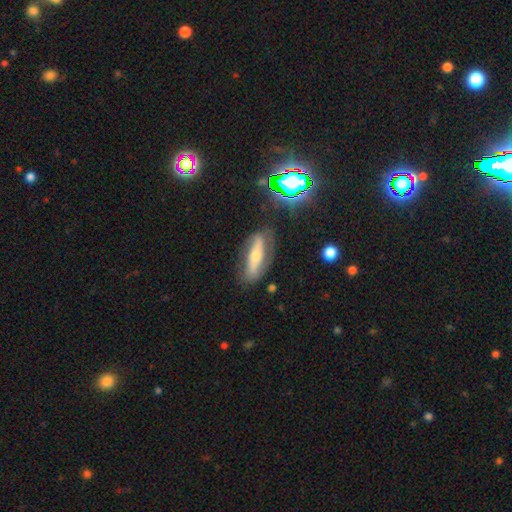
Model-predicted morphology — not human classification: This is possibly a featured or disk galaxy (56%). It is possibly not viewed edge-on (50%, tied with yes). Merging: likely none (76%).